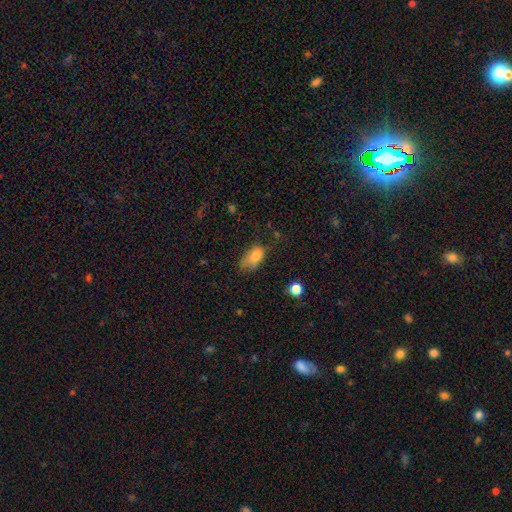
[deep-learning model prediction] This appears to be a smooth galaxy with no disk features (74%) that is in between round and cigar-shaped (84%). Merging: minor disturbance (36%).